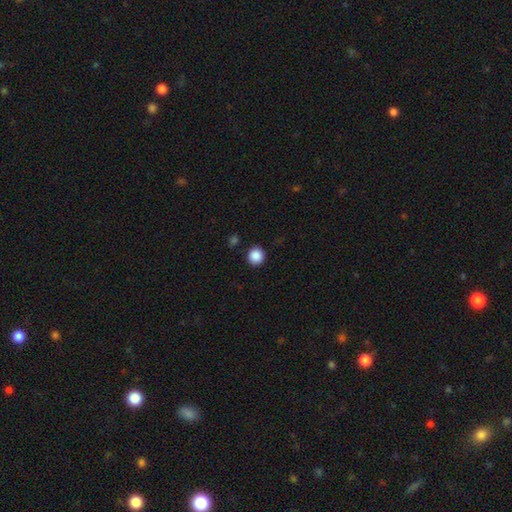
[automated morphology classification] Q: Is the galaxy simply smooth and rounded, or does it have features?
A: smooth — 88%.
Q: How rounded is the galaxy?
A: round — 93%.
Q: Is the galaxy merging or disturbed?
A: none — 91%.